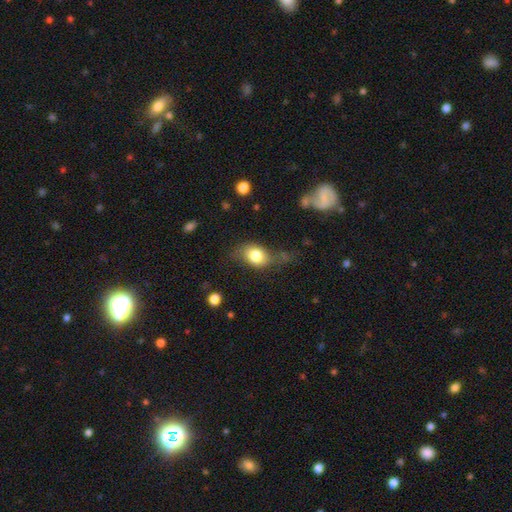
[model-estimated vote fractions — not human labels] A smooth galaxy with no disk features (75%) that is in between round and cigar-shaped (74%). Merging: none (50%).